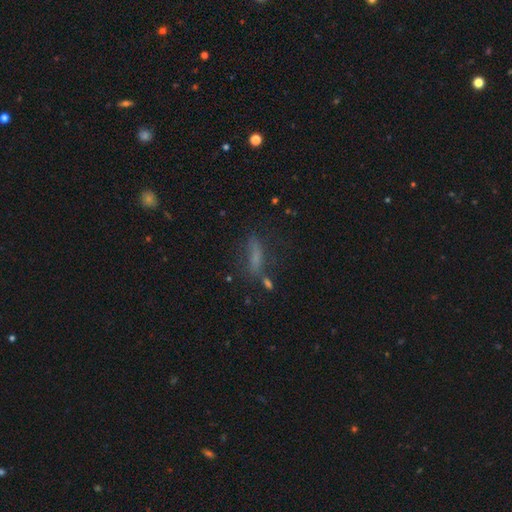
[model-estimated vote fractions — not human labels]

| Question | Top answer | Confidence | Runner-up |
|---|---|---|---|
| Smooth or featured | smooth | 57% | featured or disk (27%) |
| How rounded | cigar-shaped | 63% | in between (33%) |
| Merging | none | 55% | minor disturbance (21%) |